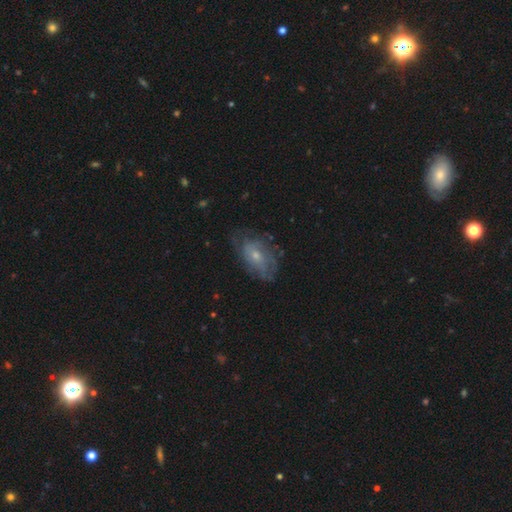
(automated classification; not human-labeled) Q: Smooth or featured?
A: featured or disk (60%); runner-up: smooth (30%)
Q: Edge-on disk?
A: no (93%); runner-up: yes (7%)
Q: Bar?
A: no (71%); runner-up: weak (25%)
Q: Spiral arms?
A: yes (72%); runner-up: no (28%)
Q: Bulge size?
A: small (55%); runner-up: moderate (39%)
Q: Merging?
A: none (66%); runner-up: minor disturbance (22%)